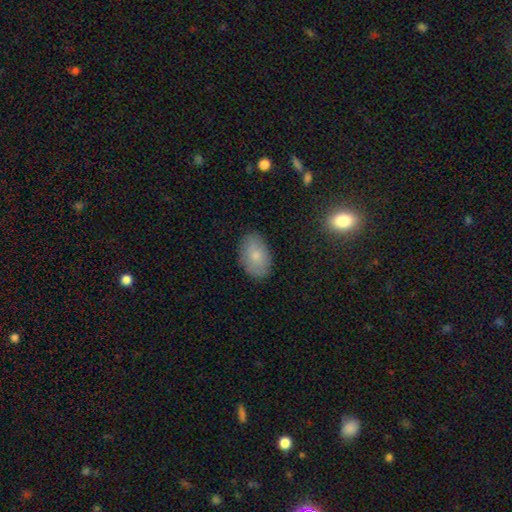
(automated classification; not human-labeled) smooth_or_featured: smooth (p=0.79) [alt: featured or disk p=0.14]
how_rounded: in between (p=0.90) [alt: round p=0.09]
merging: none (p=0.83) [alt: minor disturbance p=0.12]